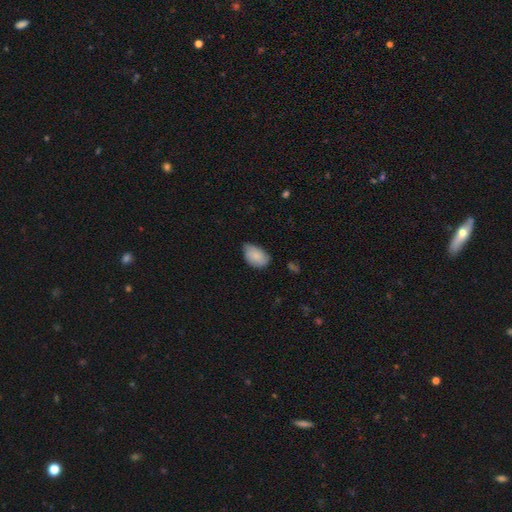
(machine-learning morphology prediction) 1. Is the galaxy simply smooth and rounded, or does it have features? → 85% smooth, 9% featured or disk, 6% star or artifact.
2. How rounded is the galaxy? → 90% in between, 9% round, 1% cigar-shaped.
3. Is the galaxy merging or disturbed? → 53% none, 40% minor disturbance, 6% major disturbance, 2% merger.